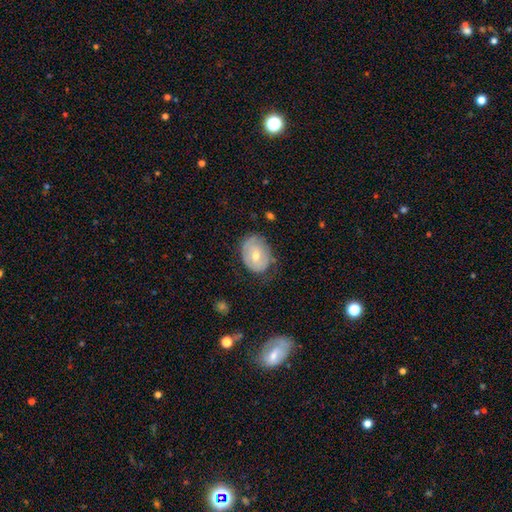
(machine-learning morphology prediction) A featured or disk galaxy (47%). Merging: none (61%).